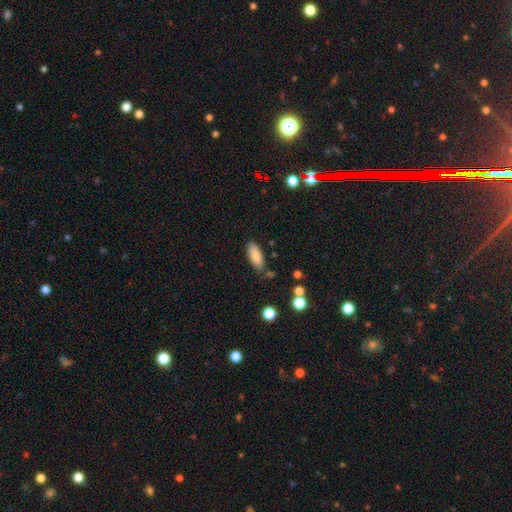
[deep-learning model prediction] Q: Smooth or featured?
A: smooth (82%); runner-up: featured or disk (10%)
Q: How rounded?
A: in between (77%); runner-up: cigar-shaped (20%)
Q: Merging?
A: none (78%); runner-up: minor disturbance (14%)